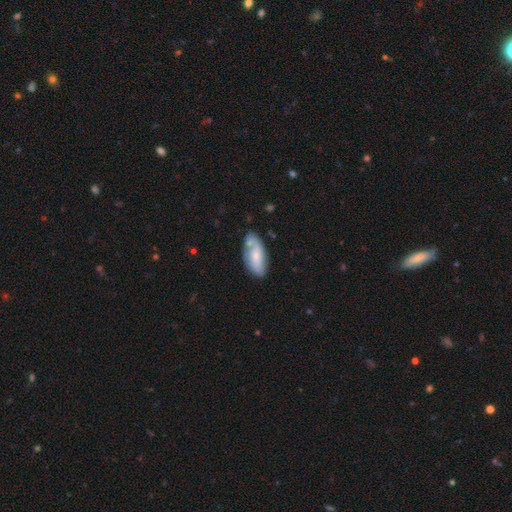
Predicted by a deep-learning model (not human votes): Smooth or featured? smooth (58%)
How rounded? in between (87%)
Merging? none (68%)